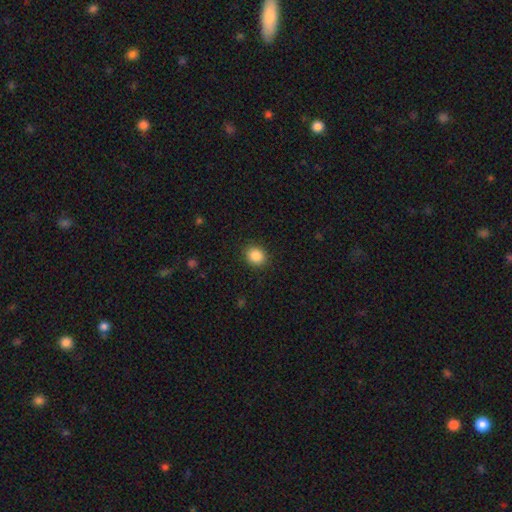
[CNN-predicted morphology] This is clearly a smooth galaxy (87%). How rounded: likely round (70%). Merging: clearly none (89%).